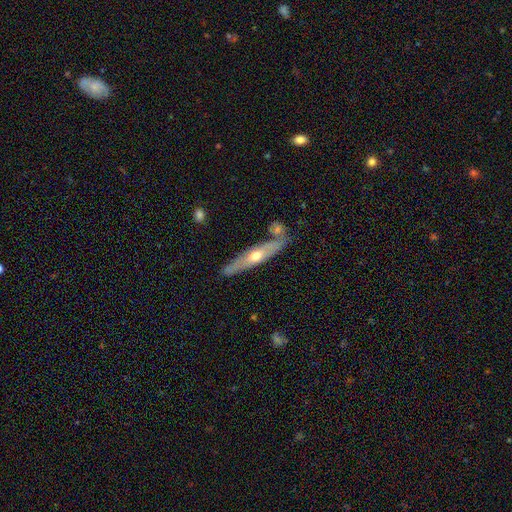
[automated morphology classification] A featured or disk galaxy (61%) viewed edge-on (79%).

Vote fractions:
- Smooth or featured? featured or disk: 61% / smooth: 34% / star or artifact: 5%
- Edge-on disk? yes: 79% / no: 21%
- Merging? none: 75% / minor disturbance: 14% / merger: 8% / major disturbance: 3%